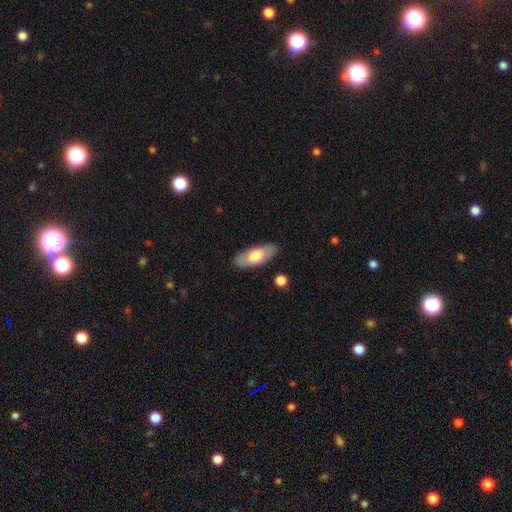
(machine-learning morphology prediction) The model was most divided on "smooth or featured": smooth: 67%, featured or disk: 28%, star or artifact: 6%. More confident: merging — none (84%); how rounded — in between (81%).